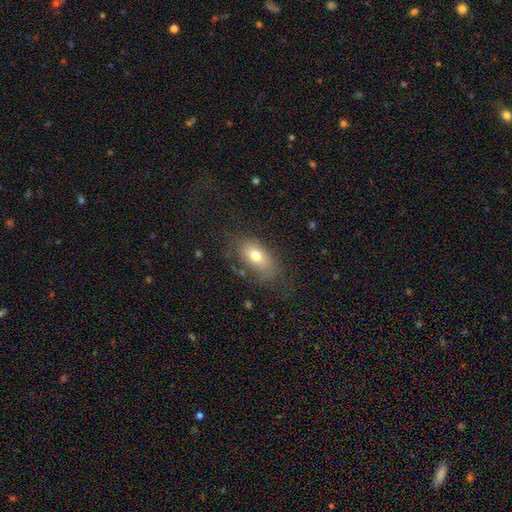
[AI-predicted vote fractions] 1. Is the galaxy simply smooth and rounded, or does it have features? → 71% smooth, 19% featured or disk, 10% star or artifact.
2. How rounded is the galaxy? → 87% in between, 9% round, 3% cigar-shaped.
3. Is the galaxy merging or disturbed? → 65% none, 21% minor disturbance, 12% major disturbance, 2% merger.